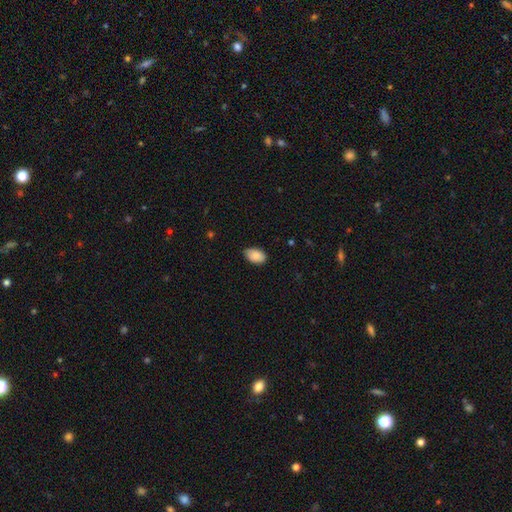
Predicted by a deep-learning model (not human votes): This appears to be a smooth galaxy with no disk features (88%) that is in between round and cigar-shaped (91%). Merging: none (79%).